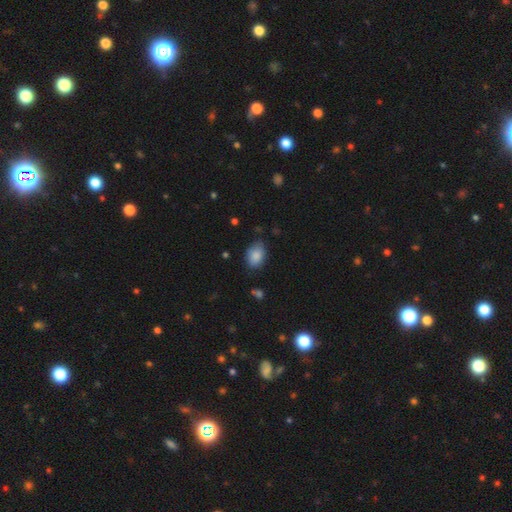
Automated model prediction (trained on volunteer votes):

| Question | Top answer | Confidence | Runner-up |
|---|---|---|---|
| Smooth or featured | smooth | 86% | star or artifact (7%) |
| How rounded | in between | 86% | round (12%) |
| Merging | none | 74% | minor disturbance (21%) |